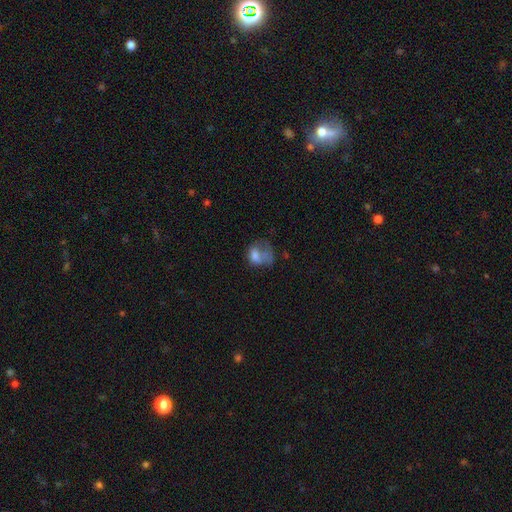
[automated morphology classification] Smooth or featured? Predicted: smooth (p=0.62). How rounded? Predicted: in between (p=0.61). Merging? Predicted: major disturbance (p=0.45).